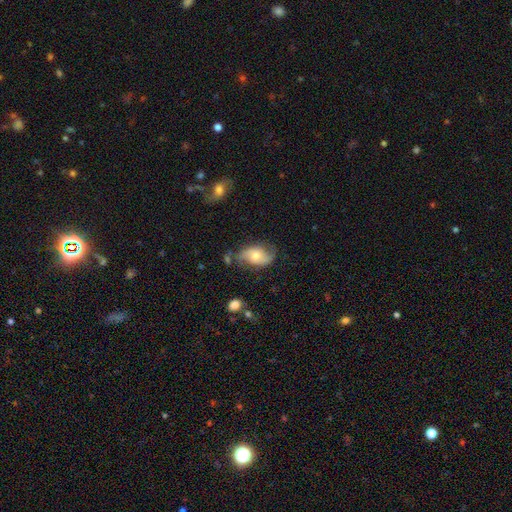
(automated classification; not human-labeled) Q: Smooth or featured?
A: featured or disk (58%); runner-up: smooth (35%)
Q: Edge-on disk?
A: no (96%); runner-up: yes (4%)
Q: Bar?
A: no (64%); runner-up: weak (30%)
Q: Spiral arms?
A: yes (87%); runner-up: no (13%)
Q: Bulge size?
A: moderate (51%); runner-up: small (34%)
Q: Merging?
A: none (59%); runner-up: minor disturbance (27%)